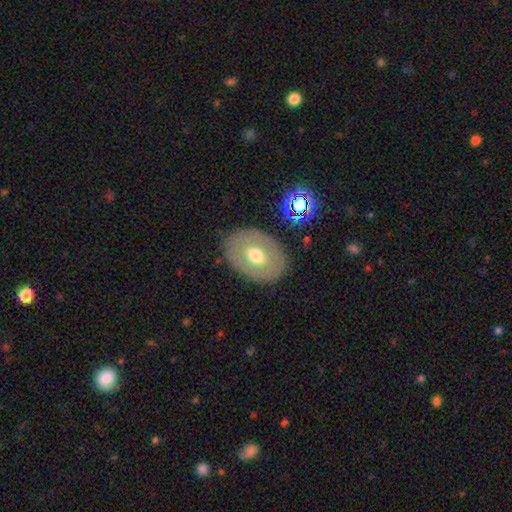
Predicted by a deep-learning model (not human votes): Smooth or featured? smooth (52%)
How rounded? in between (76%)
Merging? none (84%)